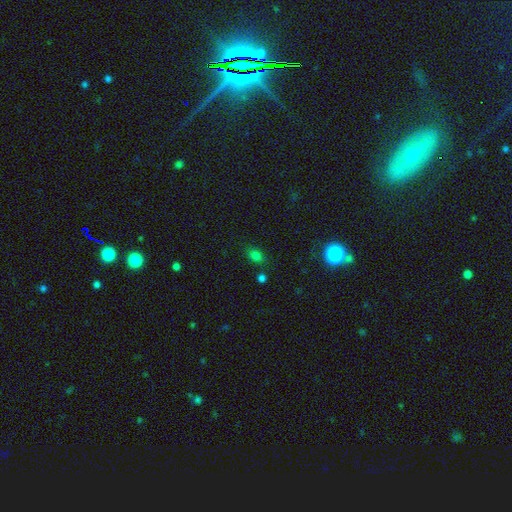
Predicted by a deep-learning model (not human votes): smooth 72%, star or artifact 22%, featured or disk 6%. Down the decision tree: how rounded — in between (62%); merging — none (78%).